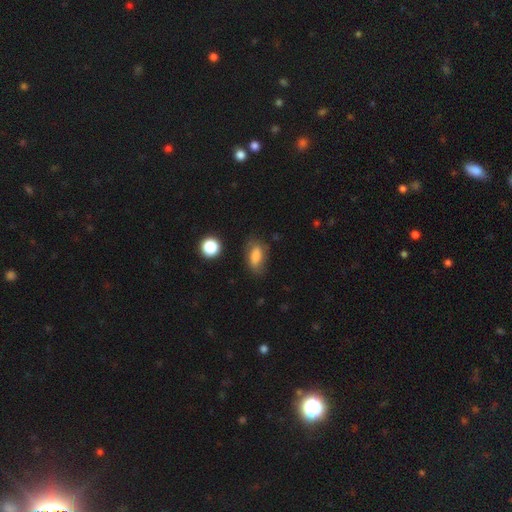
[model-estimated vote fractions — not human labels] A smooth galaxy with no disk features (75%) that is in between round and cigar-shaped (85%).

Vote fractions:
- Smooth or featured? smooth: 75% / featured or disk: 16% / star or artifact: 9%
- How rounded? in between: 85% / cigar-shaped: 9% / round: 7%
- Merging? none: 66% / minor disturbance: 24% / major disturbance: 8% / merger: 2%